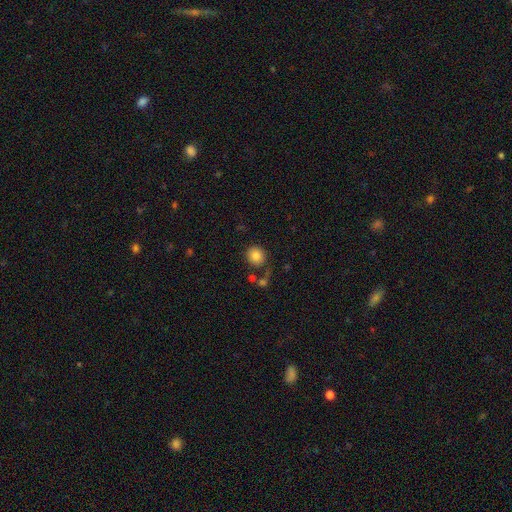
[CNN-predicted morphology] Smooth or featured: smooth — 84% (star or artifact — 9%)
How rounded: round — 88% (in between — 11%)
Merging: none — 72% (minor disturbance — 11%)